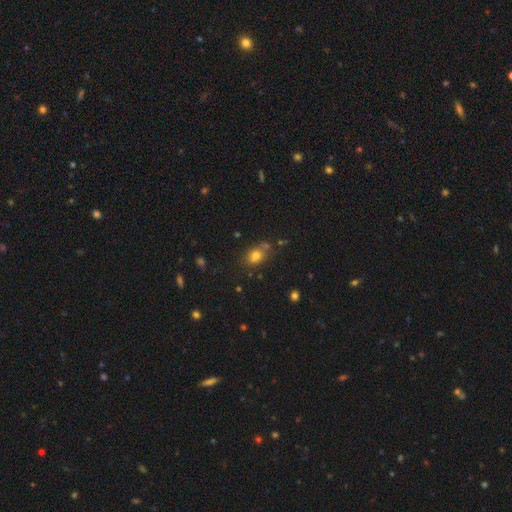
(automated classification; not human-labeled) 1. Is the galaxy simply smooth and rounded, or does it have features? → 75% smooth, 15% star or artifact, 11% featured or disk.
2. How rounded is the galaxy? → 61% in between, 38% round, 2% cigar-shaped.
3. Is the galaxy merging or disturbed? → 60% none, 17% minor disturbance, 17% merger, 6% major disturbance.